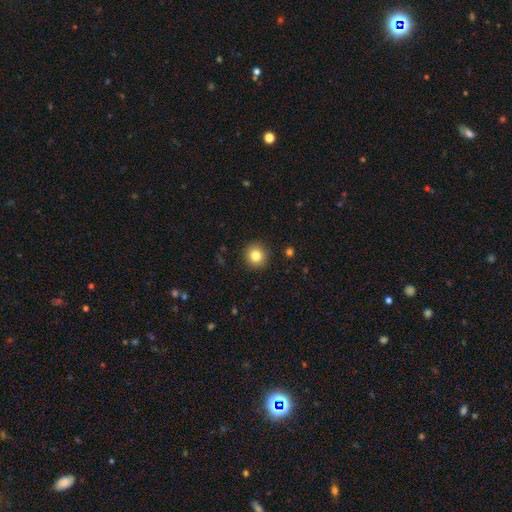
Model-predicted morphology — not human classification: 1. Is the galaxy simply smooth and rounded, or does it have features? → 82% smooth, 11% star or artifact, 7% featured or disk.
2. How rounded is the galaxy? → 93% round, 6% in between, 1% cigar-shaped.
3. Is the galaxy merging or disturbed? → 92% none, 6% minor disturbance, 2% major disturbance, 1% merger.